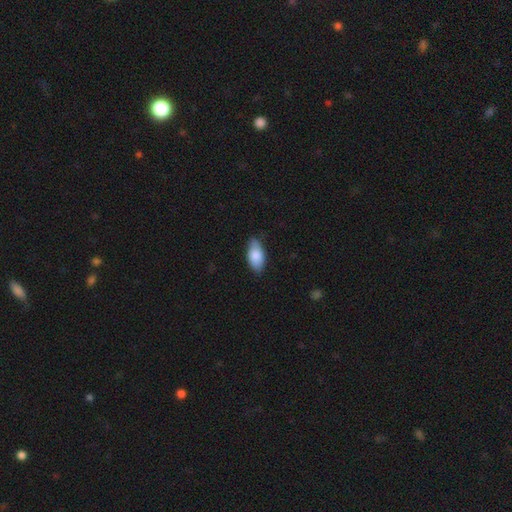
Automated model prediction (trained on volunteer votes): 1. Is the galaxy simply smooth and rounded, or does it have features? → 85% smooth, 9% featured or disk, 6% star or artifact.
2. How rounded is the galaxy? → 92% in between, 5% cigar-shaped, 3% round.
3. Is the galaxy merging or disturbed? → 76% none, 20% minor disturbance, 3% major disturbance, 1% merger.